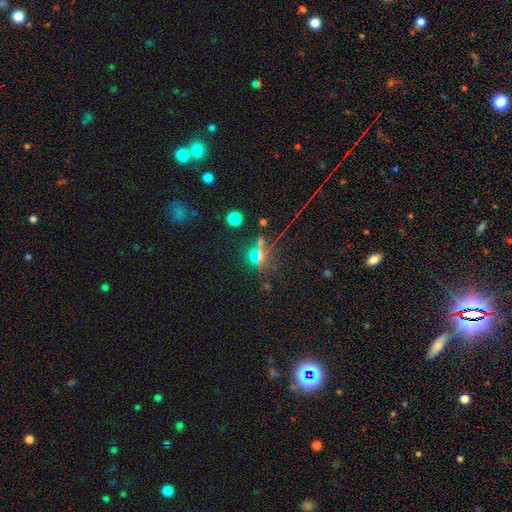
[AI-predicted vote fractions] smooth-or-featured: star or artifact: 62% | smooth: 27% | featured or disk: 11%